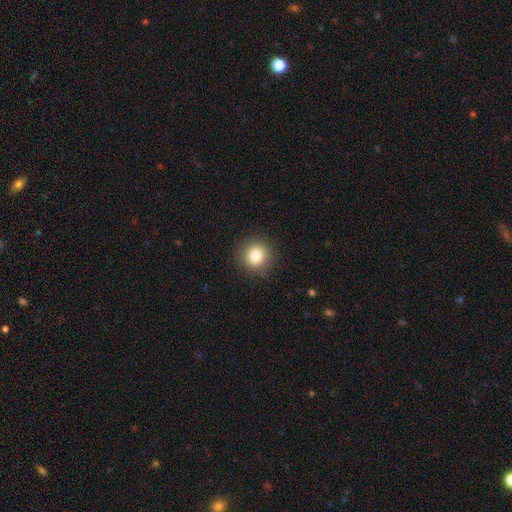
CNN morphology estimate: The model was most divided on "smooth or featured": smooth: 82%, star or artifact: 11%, featured or disk: 7%. More confident: how rounded — round (93%); merging — none (90%).